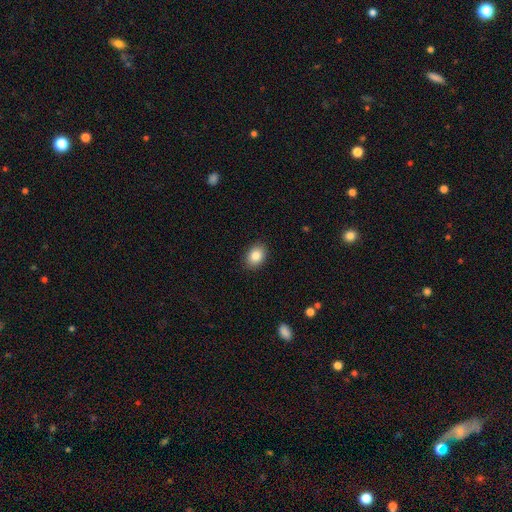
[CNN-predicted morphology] smooth 85%, star or artifact 8%, featured or disk 6%. Down the decision tree: how rounded — in between (72%); merging — none (89%).